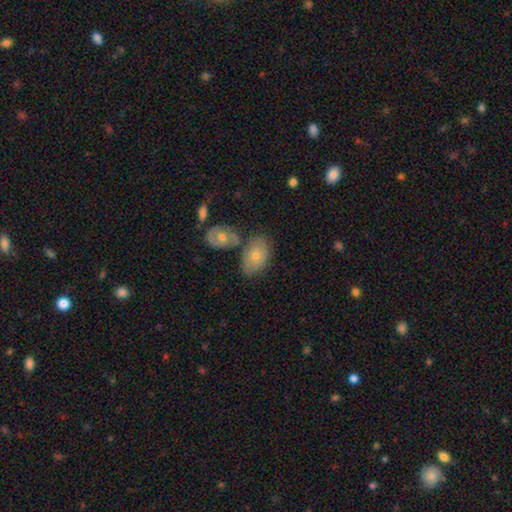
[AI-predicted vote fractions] smooth 61%, featured or disk 29%, star or artifact 10%. Down the decision tree: how rounded — in between (88%); merging — none (58%).